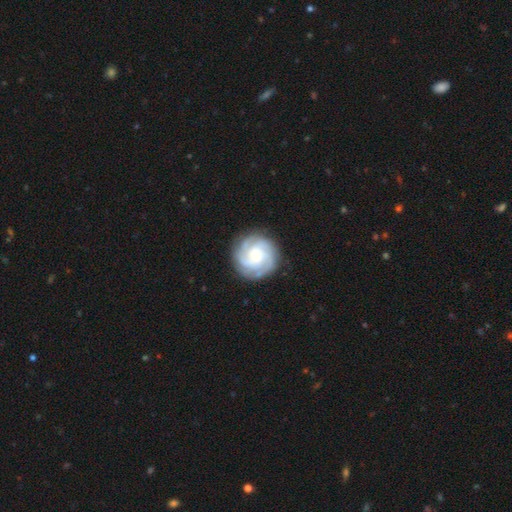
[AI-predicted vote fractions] Smooth or featured?
  - featured or disk: 81% *
  - smooth: 13%
  - star or artifact: 6%
Edge-on disk?
  - no: 98% *
  - yes: 2%
Bar?
  - no: 66% *
  - weak: 29%
  - strong: 5%
Spiral arms?
  - yes: 97% *
  - no: 3%
Spiral winding?
  - tight: 67% *
  - medium: 28%
  - loose: 5%
Spiral arm count?
  - 3: 31% *
  - 4: 27%
  - can't tell: 18%
  - 2: 9%
  - more than 4: 8%
  - 1: 6%
Bulge size?
  - small: 53% *
  - moderate: 39%
  - large: 4%
  - none: 2%
  - dominant: 1%
Merging?
  - none: 85% *
  - minor disturbance: 10%
  - major disturbance: 3%
  - merger: 1%